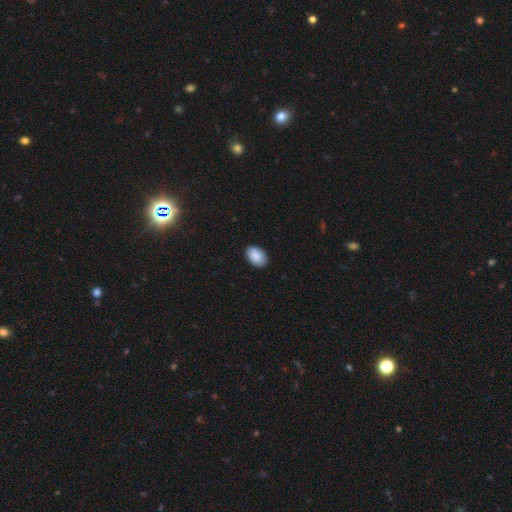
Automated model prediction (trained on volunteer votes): Smooth or featured: smooth — 88% (star or artifact — 6%)
How rounded: in between — 90% (round — 9%)
Merging: none — 89% (minor disturbance — 9%)